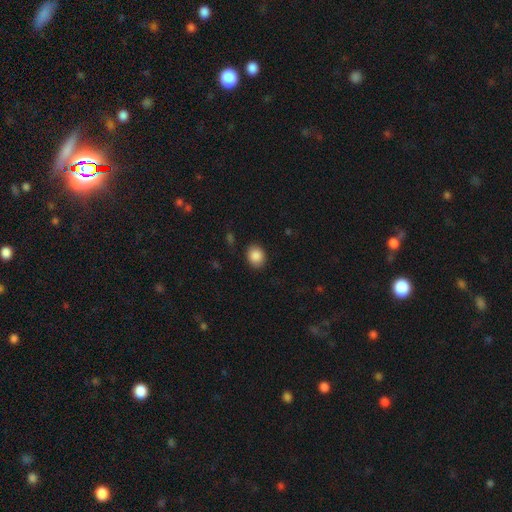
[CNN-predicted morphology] Smooth or featured: smooth — 88% (star or artifact — 8%)
How rounded: round — 54% (in between — 45%)
Merging: none — 87% (minor disturbance — 9%)